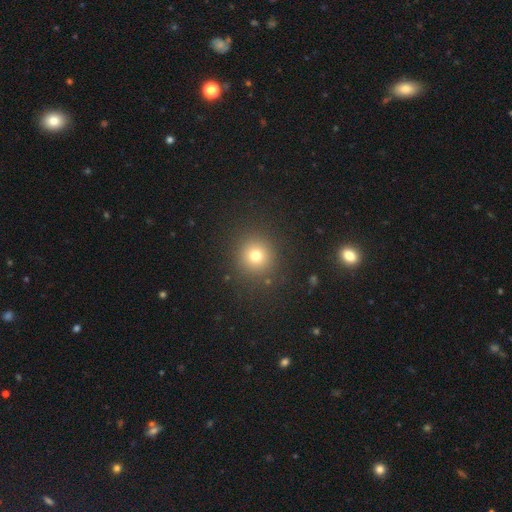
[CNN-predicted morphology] This appears to be a smooth galaxy with no disk features (73%) that is round (93%). Merging: none (89%).